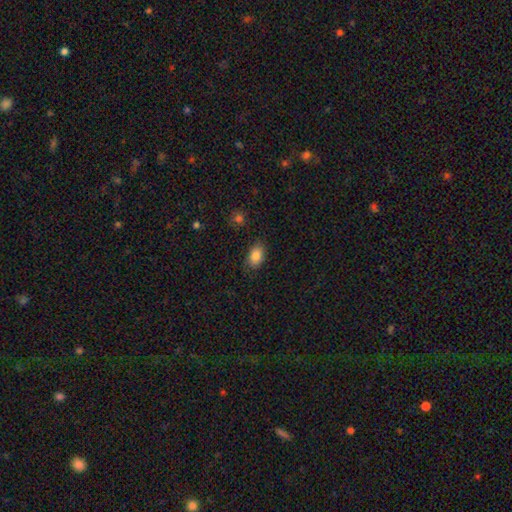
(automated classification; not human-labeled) Smooth or featured? Predicted: smooth (p=0.85). How rounded? Predicted: in between (p=0.86). Merging? Predicted: none (p=0.81).